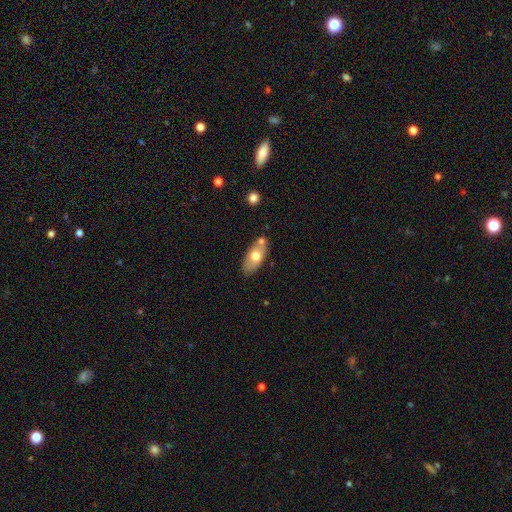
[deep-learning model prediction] A smooth galaxy with no disk features (66%) that is in between round and cigar-shaped (87%).

Vote fractions:
- Smooth or featured? smooth: 66% / featured or disk: 27% / star or artifact: 7%
- How rounded? in between: 87% / cigar-shaped: 8% / round: 4%
- Merging? none: 67% / minor disturbance: 16% / merger: 14% / major disturbance: 3%